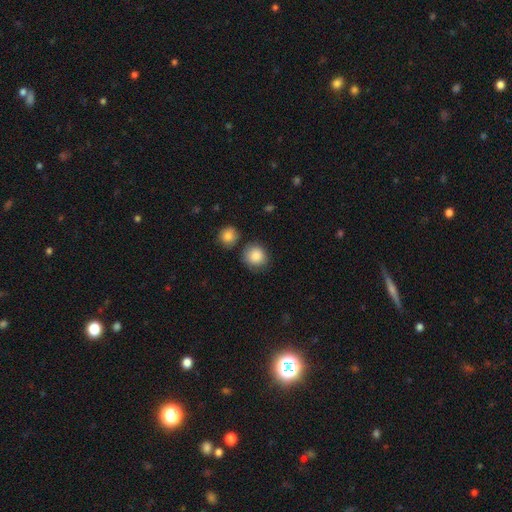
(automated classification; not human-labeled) This is clearly a smooth galaxy (88%). How rounded: clearly round (87%). Merging: likely none (73%).